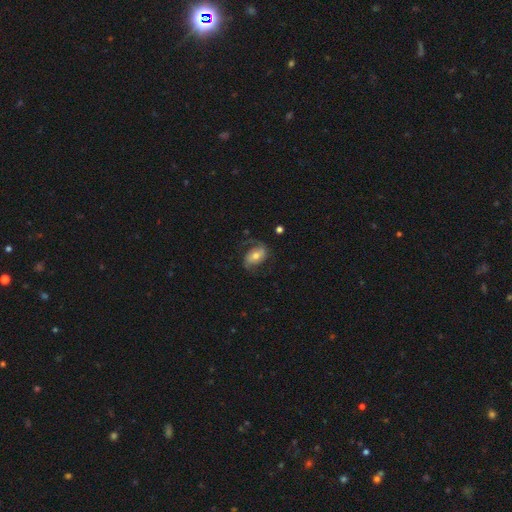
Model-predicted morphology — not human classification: Overall: featured or disk (62%; smooth 30%). Edge-on disk: no (96%). Bar: no (46%; weak 33%). Spiral arms: yes (86%). Spiral arm count: 2 (77%). Spiral winding: medium (41%, tied with loose). Bulge size: moderate (63%; small 26%). Merging: none (59%; minor disturbance 20%).